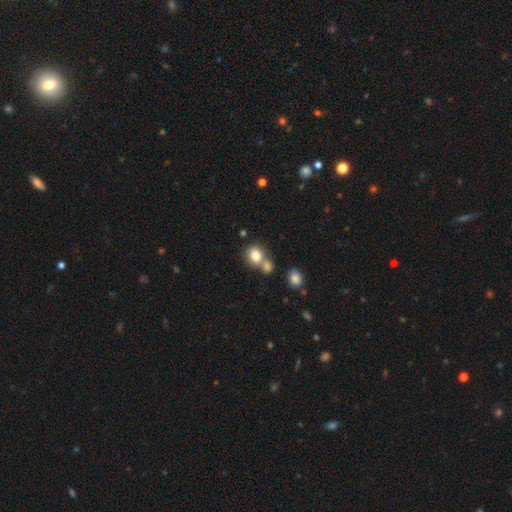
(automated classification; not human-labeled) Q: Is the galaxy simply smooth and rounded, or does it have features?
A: smooth — 81%.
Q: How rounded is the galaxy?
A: round — 68%.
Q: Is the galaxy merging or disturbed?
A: none — 49%.